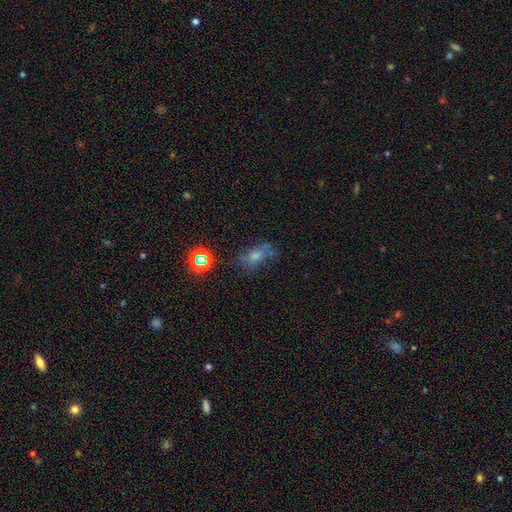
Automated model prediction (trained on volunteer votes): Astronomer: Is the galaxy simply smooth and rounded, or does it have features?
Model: smooth — 40% (runner-up: star or artifact, 31%).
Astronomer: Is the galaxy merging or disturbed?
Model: none — 57%.